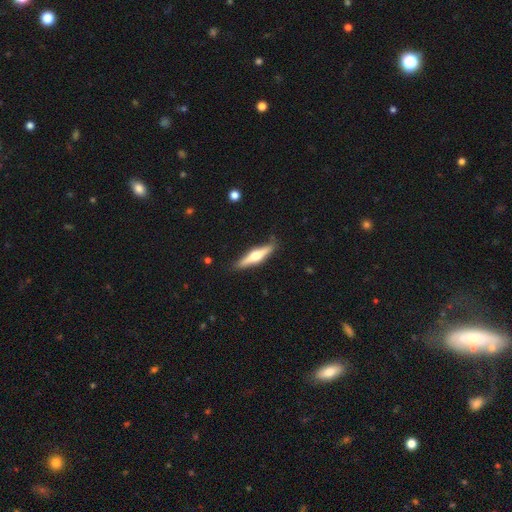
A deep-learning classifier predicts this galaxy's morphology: A featured or disk galaxy (62%) viewed edge-on (96%) with a rounded central bulge (92%).

Vote fractions:
- Smooth or featured? featured or disk: 62% / smooth: 33% / star or artifact: 5%
- Edge-on disk? yes: 96% / no: 4%
- Edge-on bulge? rounded: 92% / boxy: 5% / none: 3%
- Merging? none: 86% / minor disturbance: 11% / major disturbance: 2% / merger: 1%